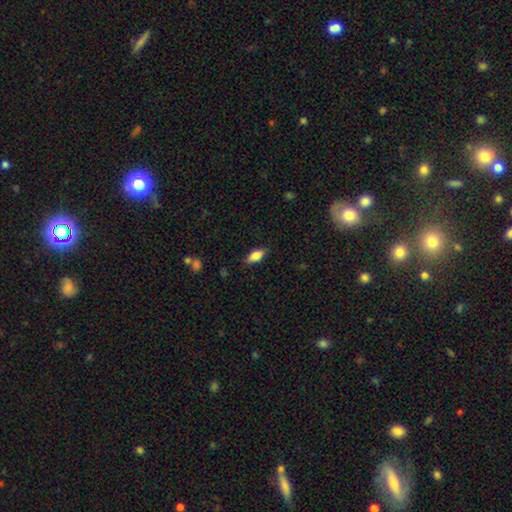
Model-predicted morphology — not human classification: type=smooth (78%); roundness=in between (83%); merging=none (84%).